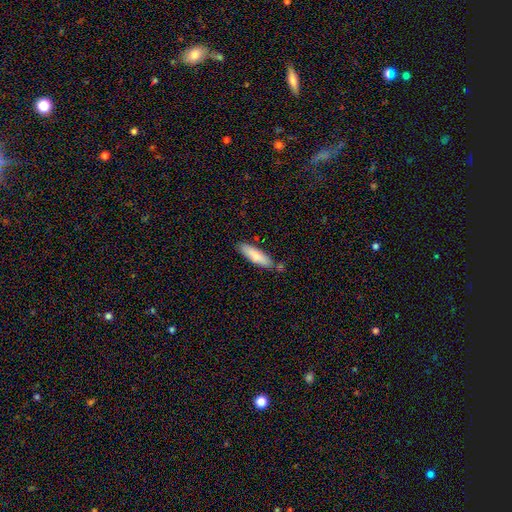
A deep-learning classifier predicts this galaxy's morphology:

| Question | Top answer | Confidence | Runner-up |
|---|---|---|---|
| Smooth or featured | smooth | 82% | featured or disk (13%) |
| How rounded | cigar-shaped | 65% | in between (33%) |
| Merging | none | 75% | minor disturbance (15%) |